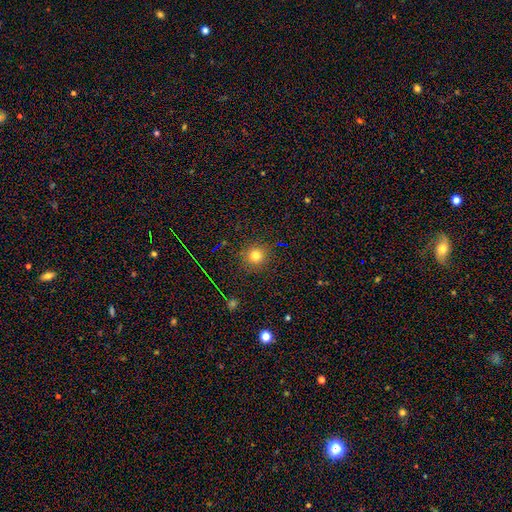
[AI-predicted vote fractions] Overall: smooth (76%). How rounded: round (92%). Merging: none (89%).